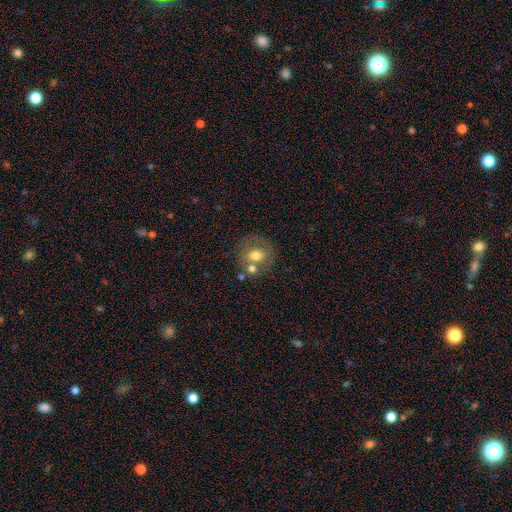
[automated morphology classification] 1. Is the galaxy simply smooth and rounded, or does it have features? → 59% smooth, 31% featured or disk, 10% star or artifact.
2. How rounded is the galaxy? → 75% round, 24% in between, 1% cigar-shaped.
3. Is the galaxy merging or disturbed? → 59% none, 22% merger, 14% minor disturbance, 6% major disturbance.